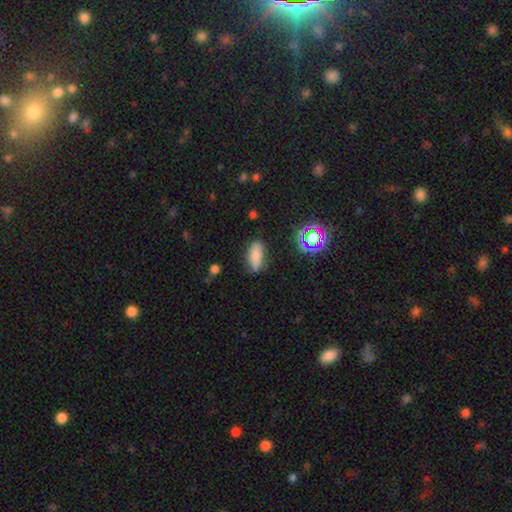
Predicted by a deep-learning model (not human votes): smooth-or-featured: smooth: 79% | star or artifact: 12% | featured or disk: 9%
  how-rounded: in between: 77% | cigar-shaped: 19% | round: 4%
  merging: none: 80% | minor disturbance: 14% | major disturbance: 4% | merger: 2%